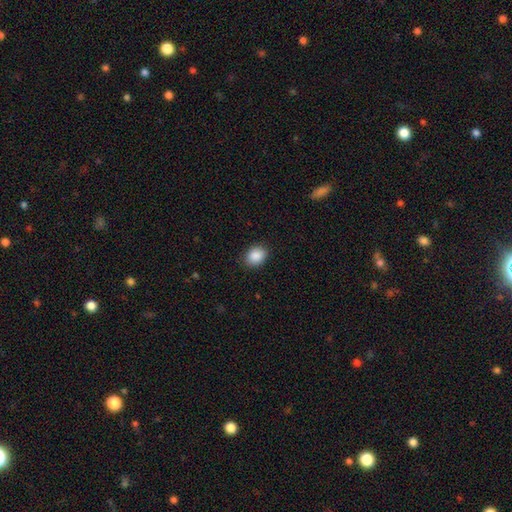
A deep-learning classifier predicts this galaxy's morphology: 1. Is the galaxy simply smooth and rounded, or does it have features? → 89% smooth, 8% star or artifact, 3% featured or disk.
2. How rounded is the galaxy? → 58% in between, 42% round, 1% cigar-shaped.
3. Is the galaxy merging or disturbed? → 88% none, 9% minor disturbance, 2% major disturbance, 1% merger.